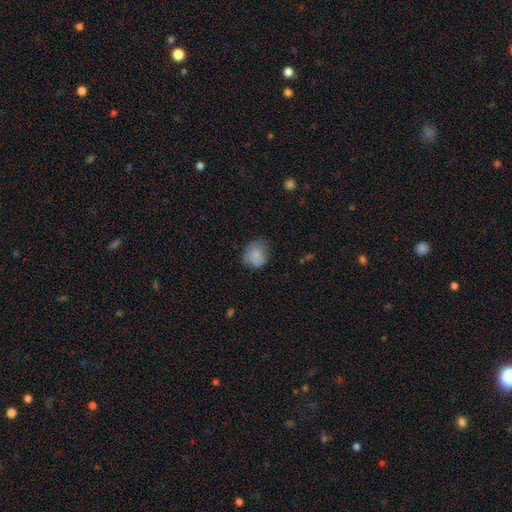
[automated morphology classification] The model was most divided on "merging": none: 65%, minor disturbance: 26%, major disturbance: 7%, merger: 1%. More confident: smooth or featured — smooth (81%); how rounded — round (74%).